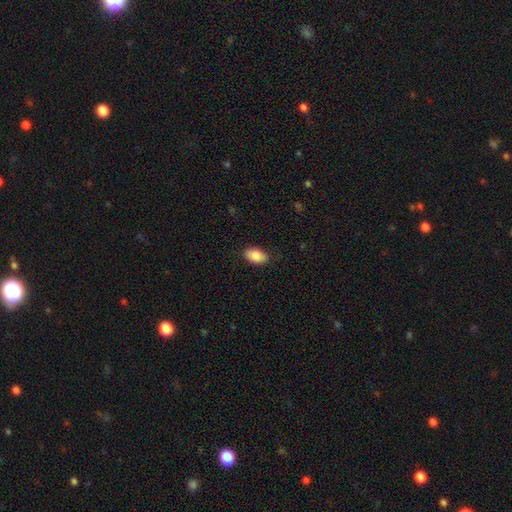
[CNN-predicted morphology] This is clearly a smooth galaxy (88%). How rounded: clearly in between (92%). Merging: clearly none (84%).